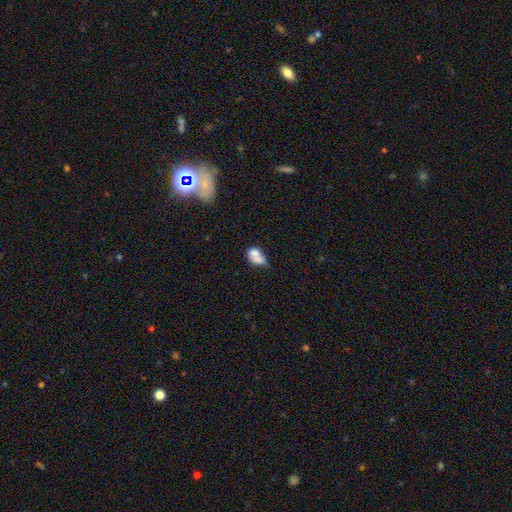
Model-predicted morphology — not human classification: smooth 69%, featured or disk 21%, star or artifact 10%. Down the decision tree: how rounded — in between (74%); merging — merger (53%).